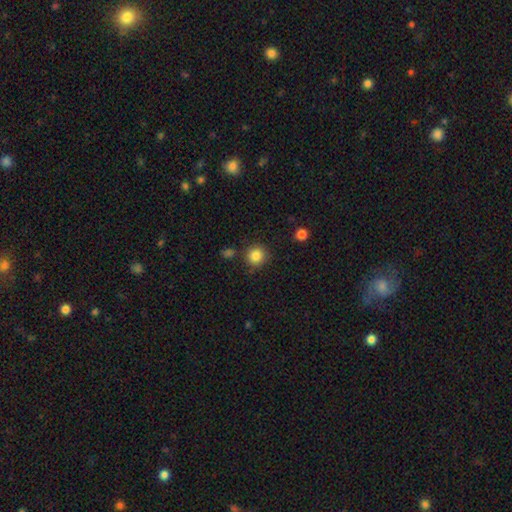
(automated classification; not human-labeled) A smooth galaxy with no disk features (85%) that is round (92%). Merging: none (86%).